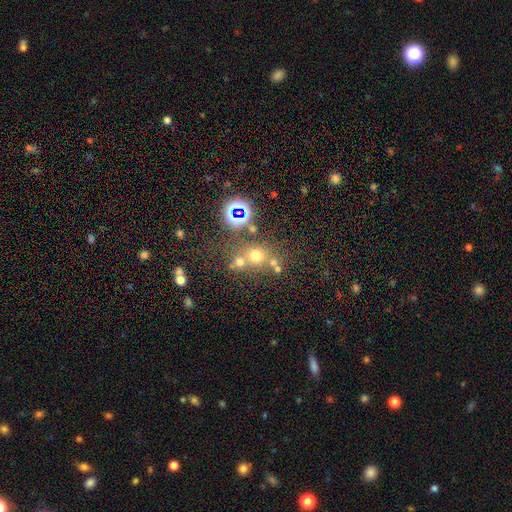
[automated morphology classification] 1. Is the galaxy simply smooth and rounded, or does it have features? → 59% smooth, 29% star or artifact, 12% featured or disk.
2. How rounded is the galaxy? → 83% round, 15% in between, 1% cigar-shaped.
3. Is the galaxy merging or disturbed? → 59% none, 26% merger, 10% minor disturbance, 6% major disturbance.